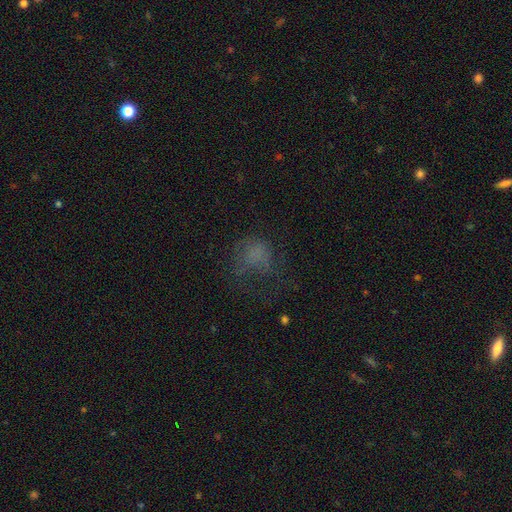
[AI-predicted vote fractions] A smooth galaxy with no disk features (51%) that is round (61%).

Vote fractions:
- Smooth or featured? smooth: 51% / star or artifact: 24% / featured or disk: 24%
- How rounded? round: 61% / in between: 37% / cigar-shaped: 1%
- Merging? none: 41% / major disturbance: 38% / minor disturbance: 19% / merger: 2%